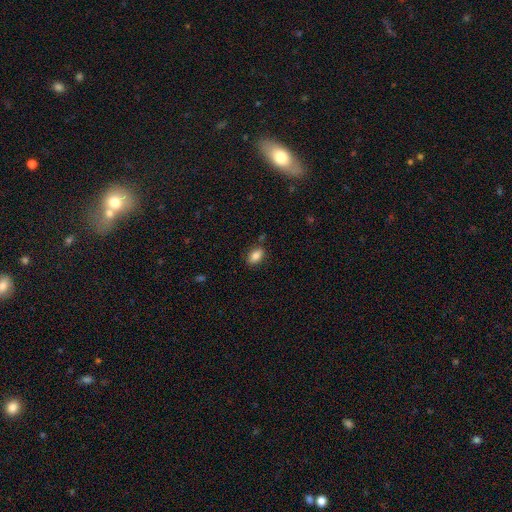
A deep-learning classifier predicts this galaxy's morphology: Q: Smooth or featured?
A: smooth (86%); runner-up: star or artifact (9%)
Q: How rounded?
A: in between (89%); runner-up: round (9%)
Q: Merging?
A: none (83%); runner-up: minor disturbance (12%)